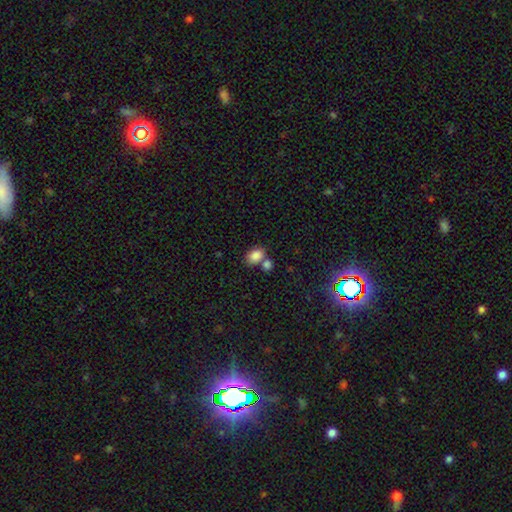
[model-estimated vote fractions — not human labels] The model was most divided on "merging": none: 52%, merger: 33%, minor disturbance: 11%, major disturbance: 4%. More confident: smooth or featured — smooth (85%); how rounded — in between (78%).